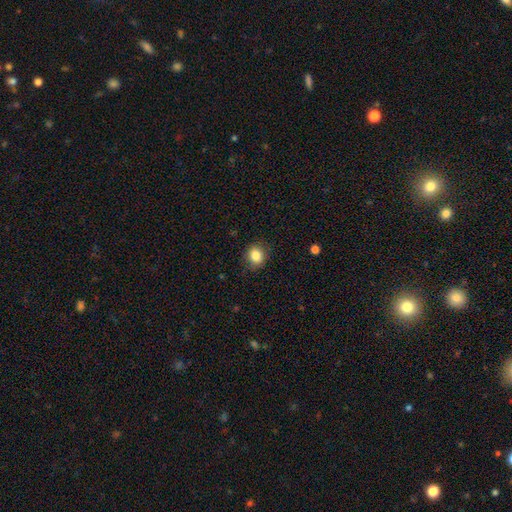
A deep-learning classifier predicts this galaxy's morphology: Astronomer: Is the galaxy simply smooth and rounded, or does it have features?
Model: smooth — 84%.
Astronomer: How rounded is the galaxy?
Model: round — 69%.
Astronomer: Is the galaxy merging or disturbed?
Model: none — 85%.